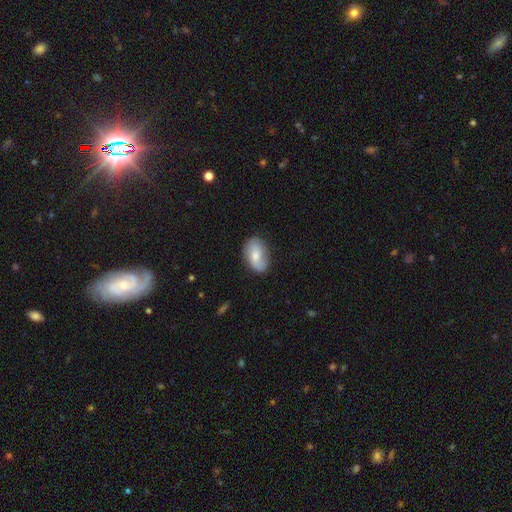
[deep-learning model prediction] This appears to be a smooth galaxy with no disk features (64%) that is in between round and cigar-shaped (89%). Merging: none (76%).